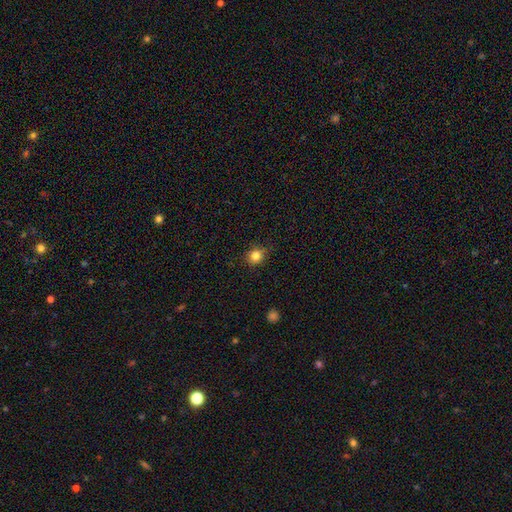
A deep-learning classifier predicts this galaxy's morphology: This appears to be a smooth galaxy with no disk features (82%) that is round (81%). Merging: none (85%).